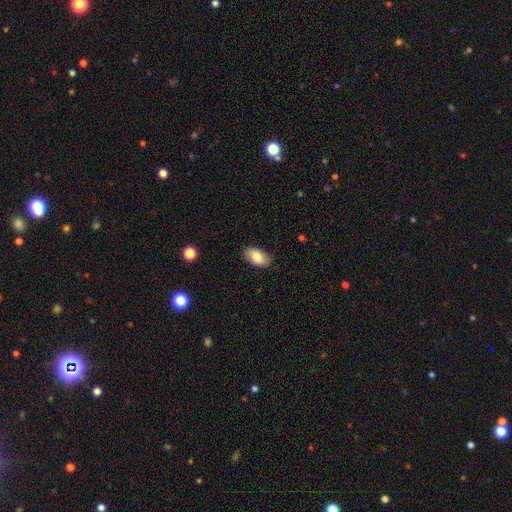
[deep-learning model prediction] A smooth galaxy with no disk features (80%) that is in between round and cigar-shaped (94%).

Vote fractions:
- Smooth or featured? smooth: 80% / featured or disk: 13% / star or artifact: 7%
- How rounded? in between: 94% / round: 4% / cigar-shaped: 2%
- Merging? none: 84% / minor disturbance: 13% / major disturbance: 2% / merger: 1%